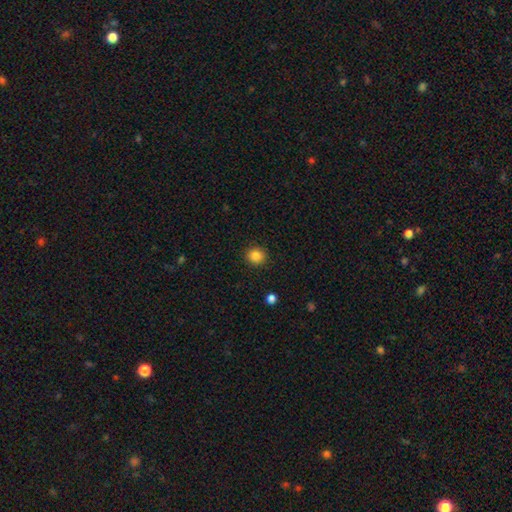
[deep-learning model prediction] Smooth or featured? smooth (85%)
How rounded? round (87%)
Merging? none (91%)